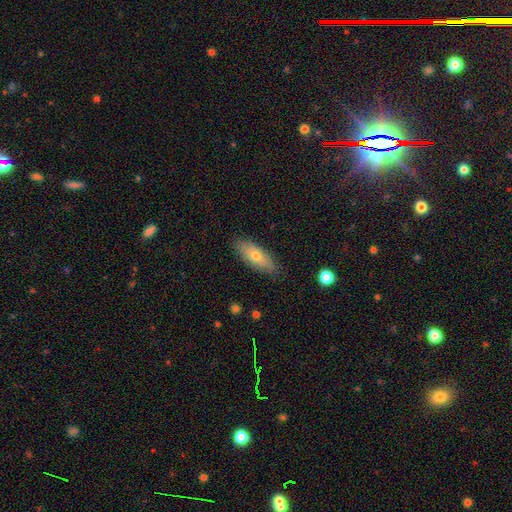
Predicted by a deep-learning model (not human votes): This is likely a smooth galaxy (67%). How rounded: likely in between (67%). Merging: clearly none (86%).